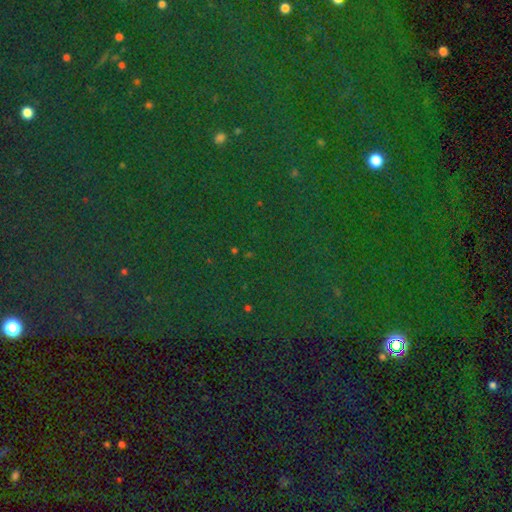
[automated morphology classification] Overall: star or artifact (81%).